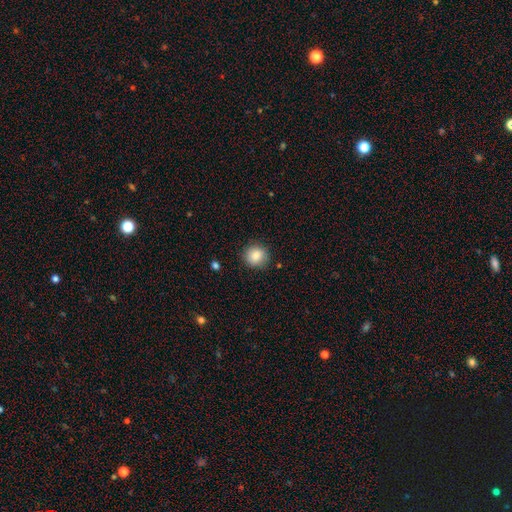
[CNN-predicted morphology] This appears to be a smooth galaxy with no disk features (86%) that is round (90%). Merging: none (87%).